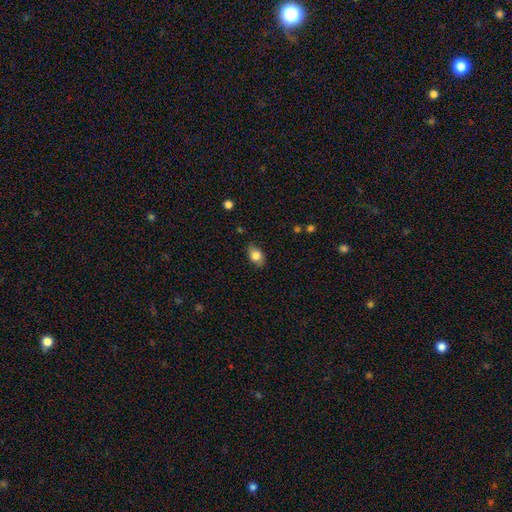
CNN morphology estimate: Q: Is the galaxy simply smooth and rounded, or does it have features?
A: smooth — 81%.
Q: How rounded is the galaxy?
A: in between — 81%.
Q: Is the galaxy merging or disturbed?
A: none — 80%.